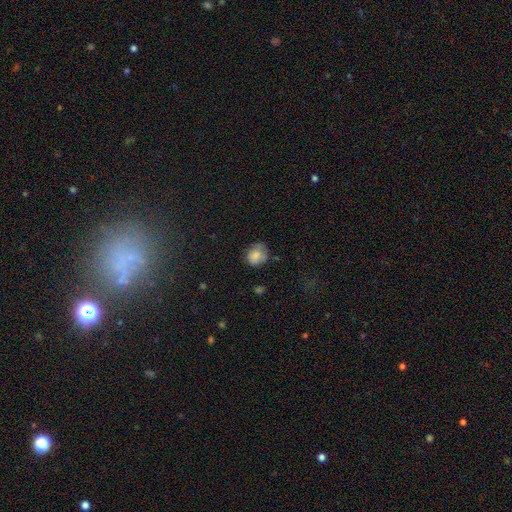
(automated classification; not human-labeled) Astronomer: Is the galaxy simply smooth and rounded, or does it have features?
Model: smooth — 77%.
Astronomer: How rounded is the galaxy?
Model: round — 63%.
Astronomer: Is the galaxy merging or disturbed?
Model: none — 58%.